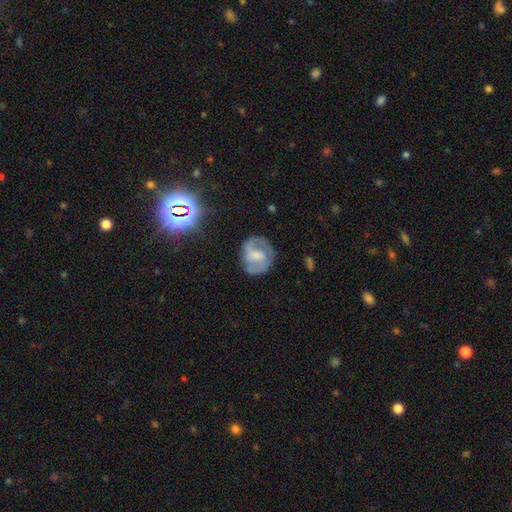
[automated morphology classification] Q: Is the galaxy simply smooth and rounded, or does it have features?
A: featured or disk — 64%.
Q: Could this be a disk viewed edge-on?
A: no — 97%.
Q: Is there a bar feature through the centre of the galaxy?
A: weak — 48%.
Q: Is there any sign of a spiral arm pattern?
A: yes — 77%.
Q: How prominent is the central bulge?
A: moderate — 34%.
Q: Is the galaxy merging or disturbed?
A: none — 70%.